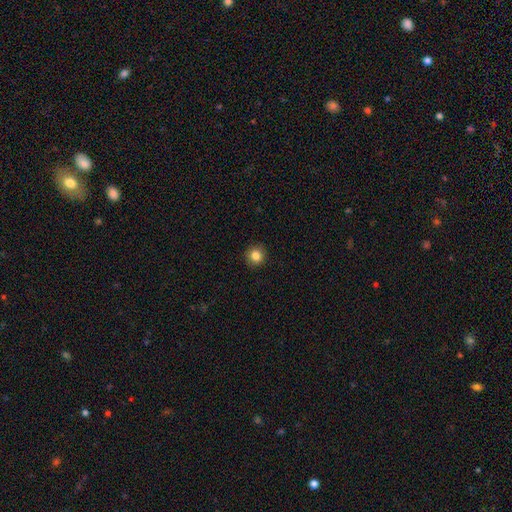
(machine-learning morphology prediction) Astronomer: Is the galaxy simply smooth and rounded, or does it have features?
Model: smooth — 85%.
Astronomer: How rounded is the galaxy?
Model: round — 92%.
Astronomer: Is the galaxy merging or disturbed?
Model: none — 92%.